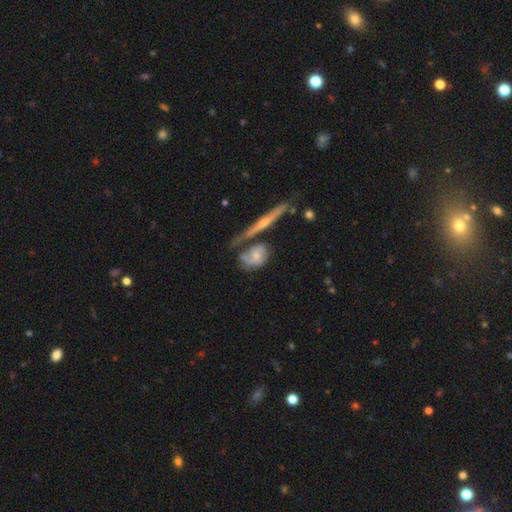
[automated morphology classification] smooth-or-featured: featured or disk: 55% | smooth: 38% | star or artifact: 7%
  disk-edge-on: no: 70% | yes: 30%
  merging: none: 42% | merger: 24% | minor disturbance: 20% | major disturbance: 14%